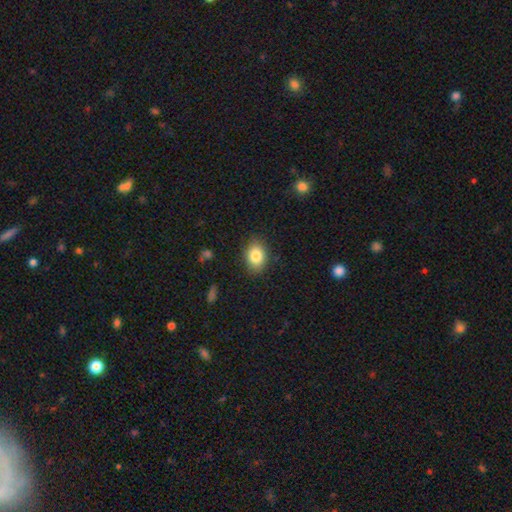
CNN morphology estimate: Smooth or featured? smooth (84%)
How rounded? in between (75%)
Merging? none (85%)